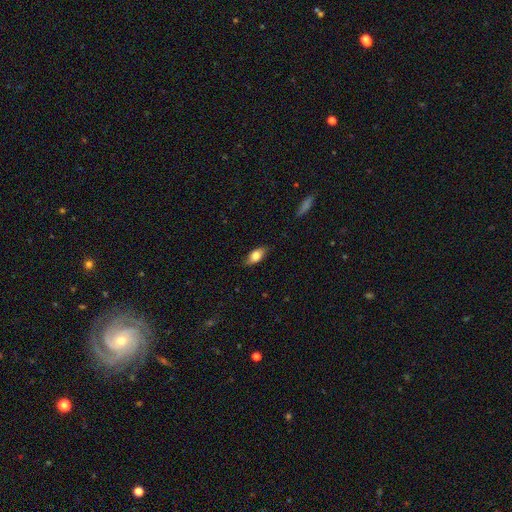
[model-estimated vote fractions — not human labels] Smooth or featured? Predicted: smooth (p=0.74). How rounded? Predicted: in between (p=0.84). Merging? Predicted: none (p=0.81).